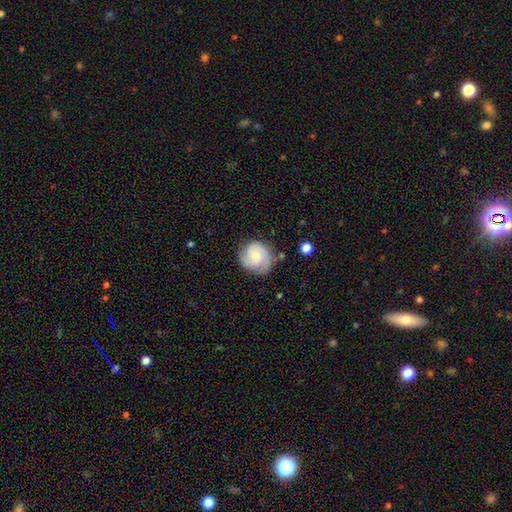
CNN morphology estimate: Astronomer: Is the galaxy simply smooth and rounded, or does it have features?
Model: featured or disk — 55% (runner-up: smooth, 38%).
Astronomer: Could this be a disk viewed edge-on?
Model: no — 98%.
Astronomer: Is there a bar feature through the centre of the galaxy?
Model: no — 74%.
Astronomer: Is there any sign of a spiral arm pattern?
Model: yes — 90%.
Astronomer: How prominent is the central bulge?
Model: small — 59%.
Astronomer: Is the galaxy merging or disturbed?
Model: none — 73%.